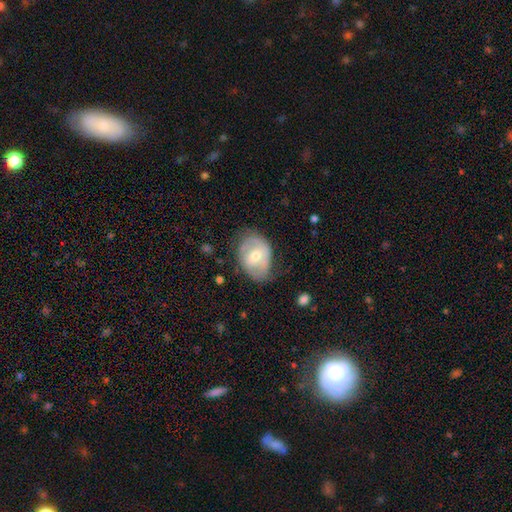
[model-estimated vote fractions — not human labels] Smooth or featured?
  - featured or disk: 58% *
  - smooth: 35%
  - star or artifact: 7%
Edge-on disk?
  - no: 95% *
  - yes: 5%
Bar?
  - weak: 42% *
  - no: 41%
  - strong: 17%
Spiral arms?
  - yes: 64% *
  - no: 36%
Bulge size?
  - moderate: 57% *
  - small: 38%
  - large: 3%
  - none: 1%
  - dominant: 1%
Merging?
  - none: 57% *
  - minor disturbance: 30%
  - major disturbance: 12%
  - merger: 2%